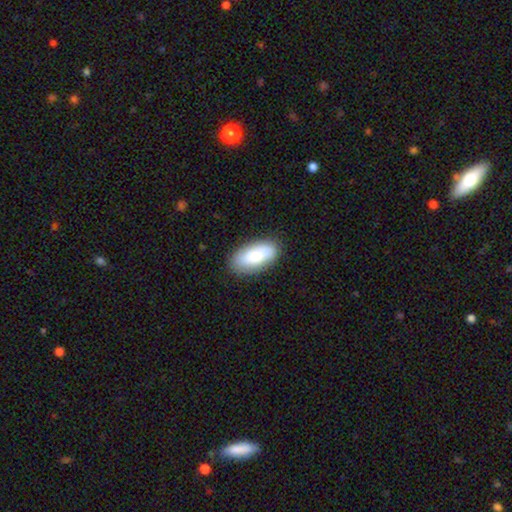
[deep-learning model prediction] This appears to be a smooth galaxy with no disk features (79%) that is in between round and cigar-shaped (91%). Merging: none (82%).